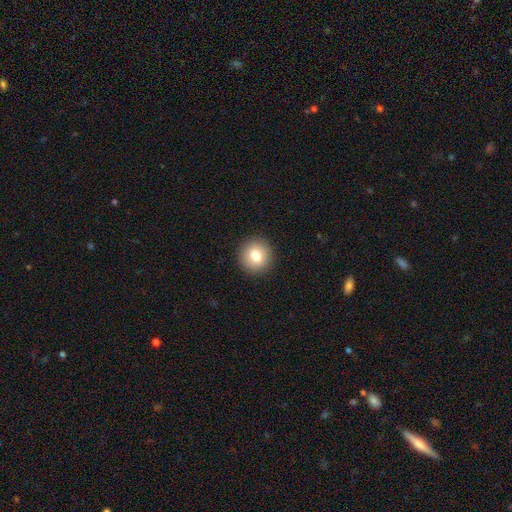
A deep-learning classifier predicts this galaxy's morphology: The model was most divided on "smooth or featured": smooth: 79%, featured or disk: 12%, star or artifact: 10%. More confident: how rounded — round (92%); merging — none (91%).